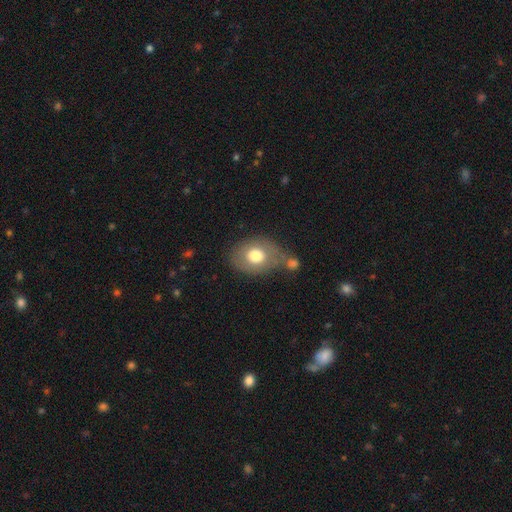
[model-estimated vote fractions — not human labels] The model was most divided on "how rounded": in between: 61%, round: 38%, cigar-shaped: 1%. More confident: smooth or featured — smooth (70%); merging — none (50%).